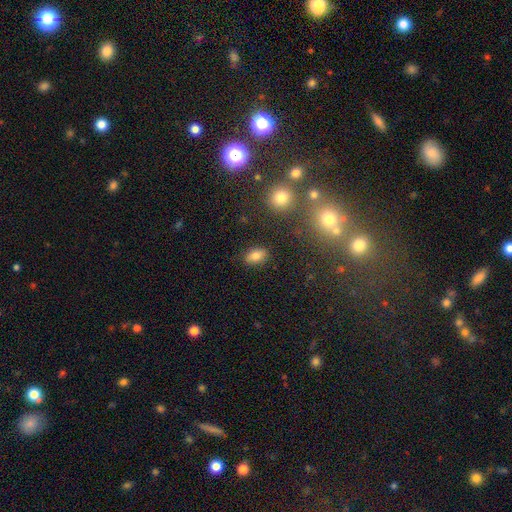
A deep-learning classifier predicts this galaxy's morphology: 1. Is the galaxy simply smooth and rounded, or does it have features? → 81% smooth, 11% star or artifact, 8% featured or disk.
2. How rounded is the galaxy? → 86% in between, 11% round, 2% cigar-shaped.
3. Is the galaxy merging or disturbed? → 85% none, 10% minor disturbance, 3% major disturbance, 2% merger.